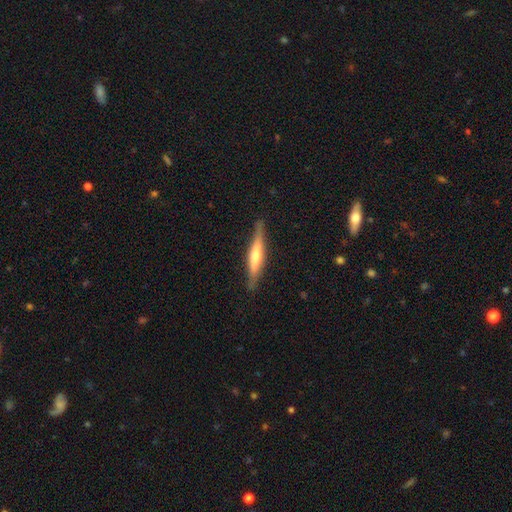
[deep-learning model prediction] This appears to be a featured or disk galaxy (58%) viewed edge-on (95%) with a rounded central bulge (65%). Merging: none (86%).